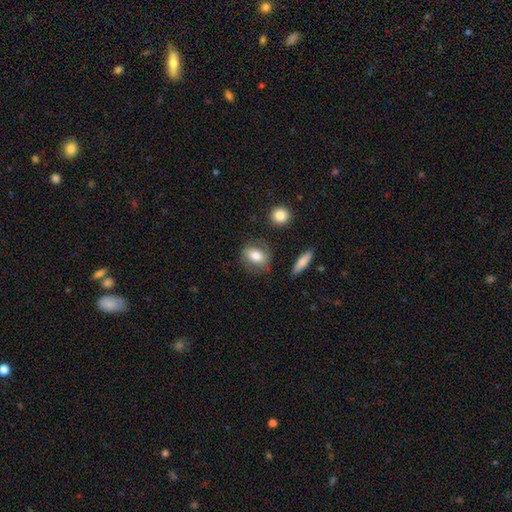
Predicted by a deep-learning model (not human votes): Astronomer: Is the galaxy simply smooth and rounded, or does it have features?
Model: smooth — 74%.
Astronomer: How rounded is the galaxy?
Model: in between — 64%.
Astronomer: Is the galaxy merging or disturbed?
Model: none — 73%.